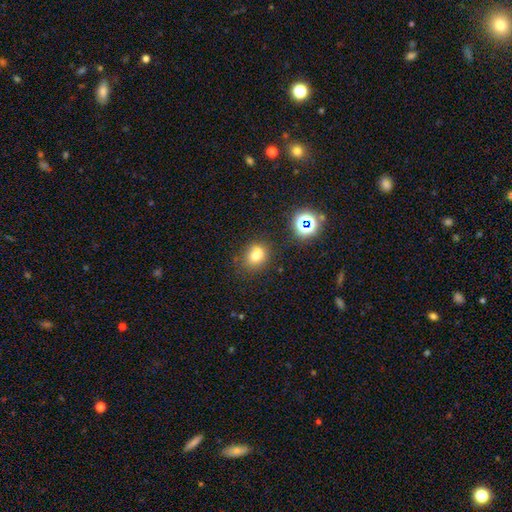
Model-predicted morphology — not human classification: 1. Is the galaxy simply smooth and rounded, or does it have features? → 69% smooth, 16% star or artifact, 15% featured or disk.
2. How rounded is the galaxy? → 62% round, 37% in between, 1% cigar-shaped.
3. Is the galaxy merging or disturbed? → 55% none, 24% merger, 16% minor disturbance, 6% major disturbance.